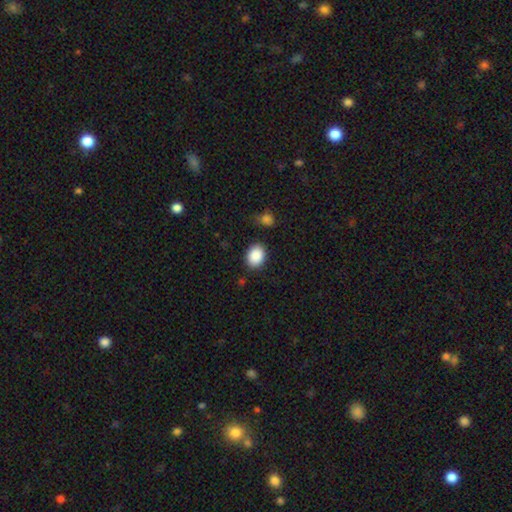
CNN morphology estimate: Smooth or featured?
  - smooth: 89% *
  - star or artifact: 8%
  - featured or disk: 3%
How rounded?
  - in between: 59% *
  - round: 40%
  - cigar-shaped: 1%
Merging?
  - none: 83% *
  - minor disturbance: 11%
  - major disturbance: 3%
  - merger: 3%